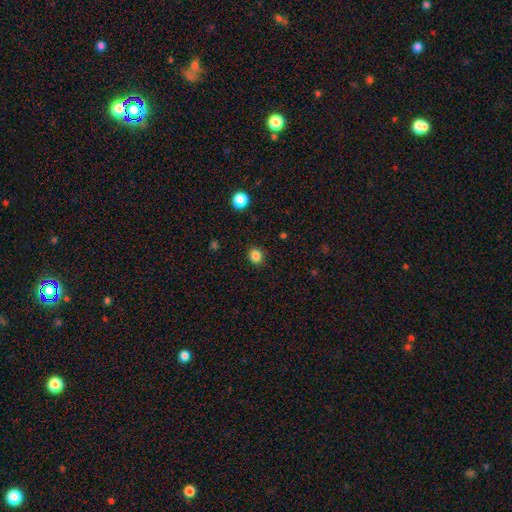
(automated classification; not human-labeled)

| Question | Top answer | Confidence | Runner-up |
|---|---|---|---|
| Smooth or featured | smooth | 85% | star or artifact (12%) |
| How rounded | round | 81% | in between (18%) |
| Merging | none | 90% | minor disturbance (7%) |